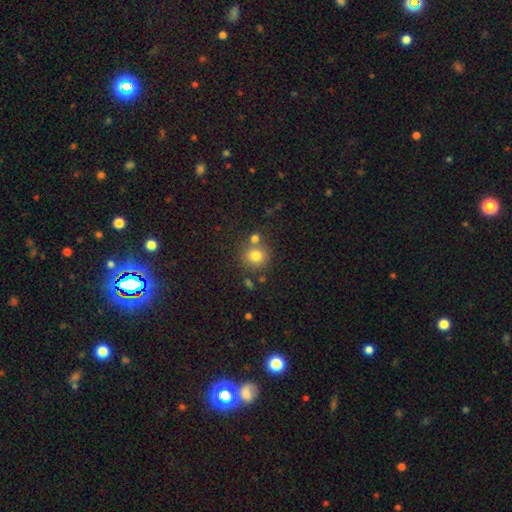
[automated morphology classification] Smooth or featured?
  - smooth: 78% *
  - star or artifact: 13%
  - featured or disk: 9%
How rounded?
  - round: 89% *
  - in between: 10%
  - cigar-shaped: 1%
Merging?
  - none: 67% *
  - merger: 20%
  - minor disturbance: 9%
  - major disturbance: 3%